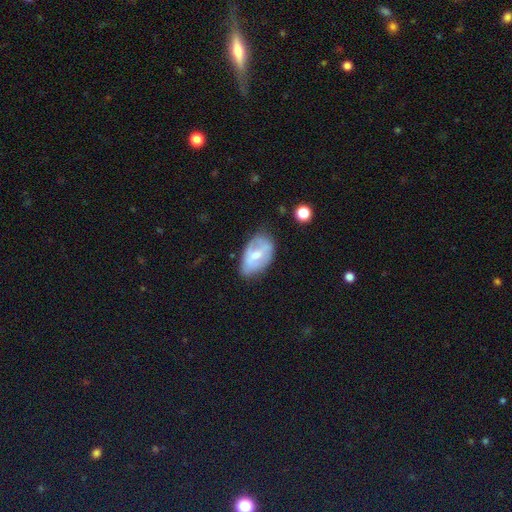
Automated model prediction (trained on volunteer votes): smooth_or_featured: featured or disk (p=0.48) [alt: smooth p=0.45]
merging: none (p=0.55) [alt: minor disturbance p=0.32]